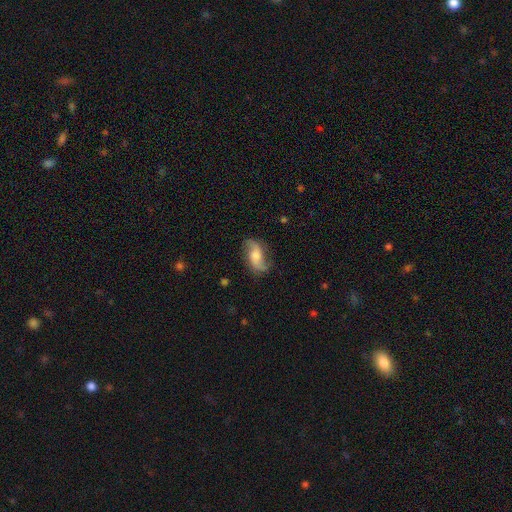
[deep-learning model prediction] smooth_or_featured: featured or disk (p=0.71) [alt: smooth p=0.22]
disk_edge_on: no (p=0.94) [alt: yes p=0.06]
bar: no (p=0.55) [alt: weak p=0.35]
has_spiral_arms: yes (p=0.94) [alt: no p=0.06]
spiral_winding: loose (p=0.72) [alt: medium p=0.22]
spiral_arm_count: 2 (p=0.91) [alt: can't tell p=0.04]
bulge_size: moderate (p=0.52) [alt: small p=0.24]
merging: none (p=0.76) [alt: minor disturbance p=0.17]